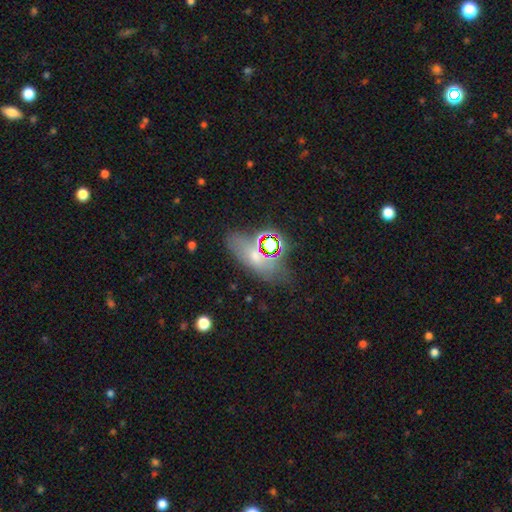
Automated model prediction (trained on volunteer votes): Smooth or featured? Predicted: smooth (p=0.38). Merging? Predicted: none (p=0.64).